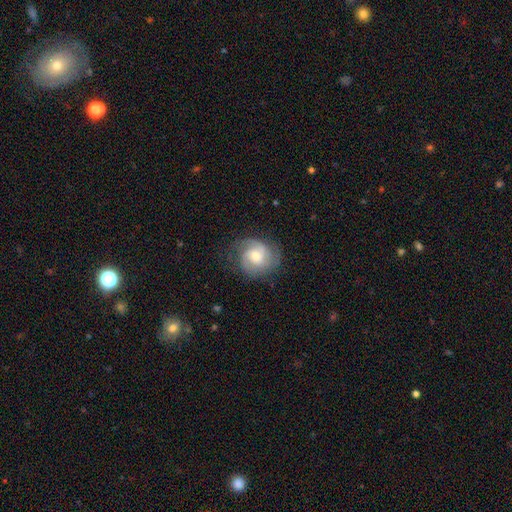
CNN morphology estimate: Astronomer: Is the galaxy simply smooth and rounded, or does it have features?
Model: featured or disk — 78%.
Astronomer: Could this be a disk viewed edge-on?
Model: no — 98%.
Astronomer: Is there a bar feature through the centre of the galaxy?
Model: no — 57% (runner-up: weak, 37%).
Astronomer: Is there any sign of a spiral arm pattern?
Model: yes — 95%.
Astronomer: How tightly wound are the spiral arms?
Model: tight — 46% (runner-up: medium, 42%).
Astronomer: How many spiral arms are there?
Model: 2 — 45% (runner-up: 3, 25%).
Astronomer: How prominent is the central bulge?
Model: moderate — 60%.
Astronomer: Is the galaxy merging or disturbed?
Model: none — 75%.